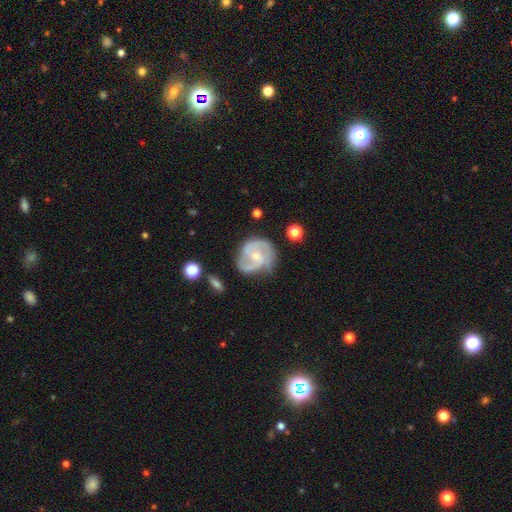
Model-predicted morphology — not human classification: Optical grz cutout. It shows a featured or disk galaxy (82%) with no bar (50%), 2 (62%) medium (49%) spiral arms (94%) and a small central bulge (58%). Merging: none (63%).